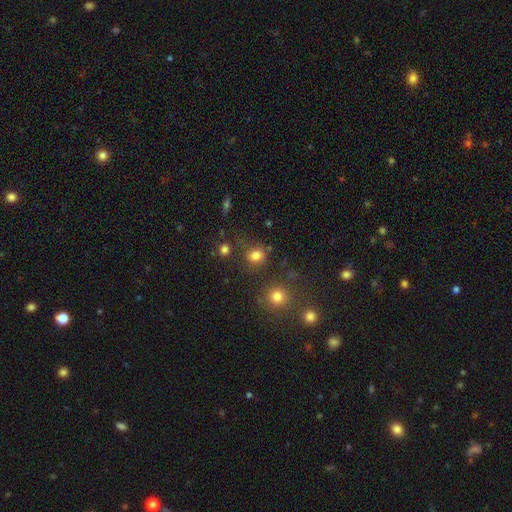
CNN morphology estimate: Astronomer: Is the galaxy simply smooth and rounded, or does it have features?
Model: smooth — 78%.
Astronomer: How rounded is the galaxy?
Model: round — 65%.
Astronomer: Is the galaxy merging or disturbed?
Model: none — 67%.